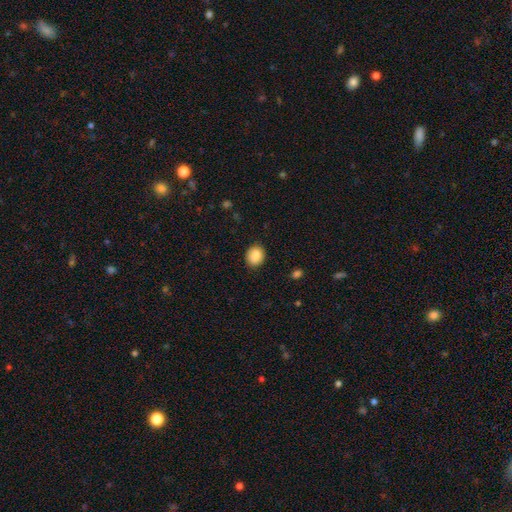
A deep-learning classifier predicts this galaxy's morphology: The model was most divided on "how rounded": round: 57%, in between: 42%, cigar-shaped: 1%. More confident: merging — none (87%); smooth or featured — smooth (87%).